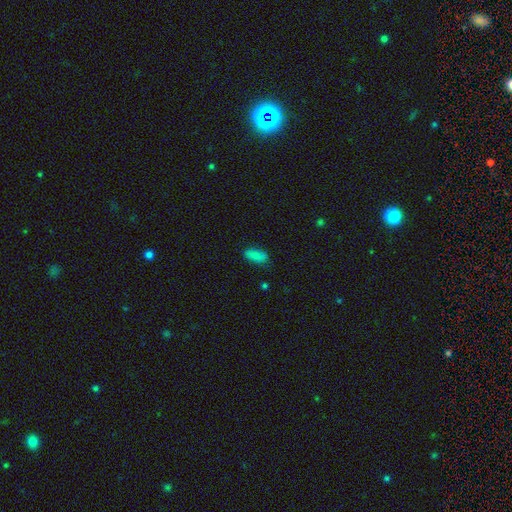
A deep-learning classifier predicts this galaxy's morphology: The model was most divided on "merging": none: 77%, minor disturbance: 18%, major disturbance: 4%, merger: 2%. More confident: how rounded — in between (87%); smooth or featured — smooth (83%).